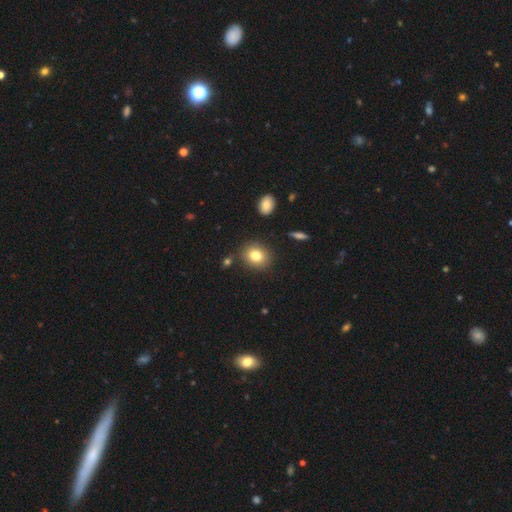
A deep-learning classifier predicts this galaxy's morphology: A smooth galaxy with no disk features (80%) that is round (65%). Merging: none (84%).